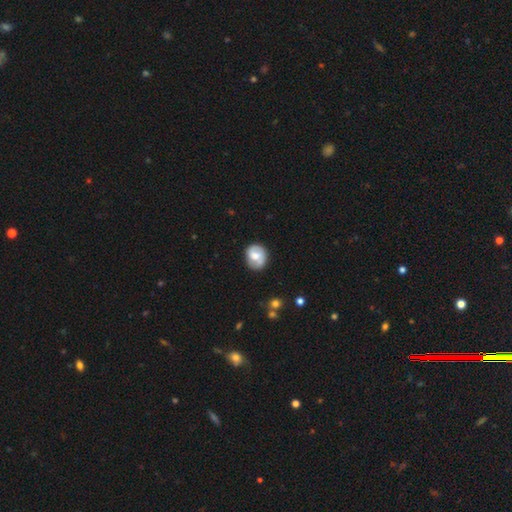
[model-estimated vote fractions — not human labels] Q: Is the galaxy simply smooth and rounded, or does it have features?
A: smooth — 53%.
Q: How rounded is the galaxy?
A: round — 69%.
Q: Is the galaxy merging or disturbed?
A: none — 77%.